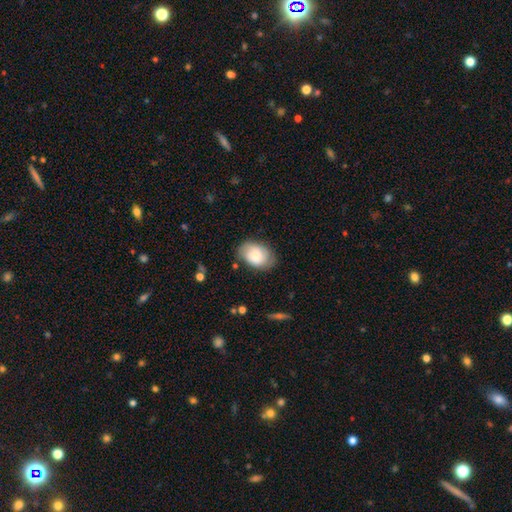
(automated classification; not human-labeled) smooth_or_featured: smooth (p=0.68) [alt: featured or disk p=0.25]
how_rounded: in between (p=0.77) [alt: round p=0.22]
merging: none (p=0.75) [alt: minor disturbance p=0.19]